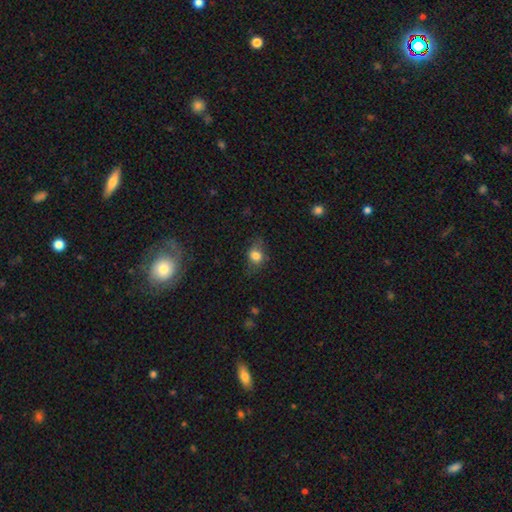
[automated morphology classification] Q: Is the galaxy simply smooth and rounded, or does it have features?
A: smooth — 77%.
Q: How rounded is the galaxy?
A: in between — 55%.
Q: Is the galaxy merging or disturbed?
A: none — 66%.